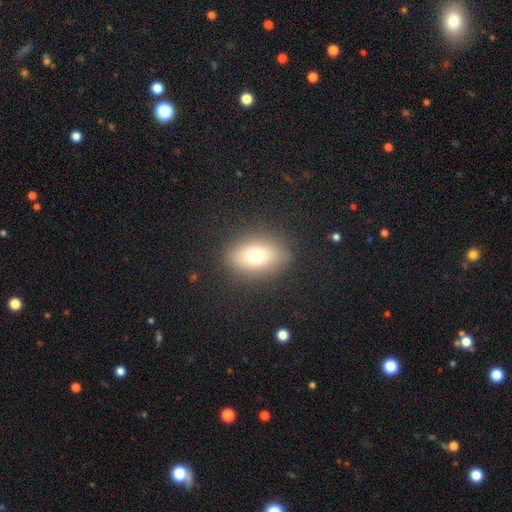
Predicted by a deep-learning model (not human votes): Smooth or featured? smooth (73%)
How rounded? in between (74%)
Merging? none (85%)